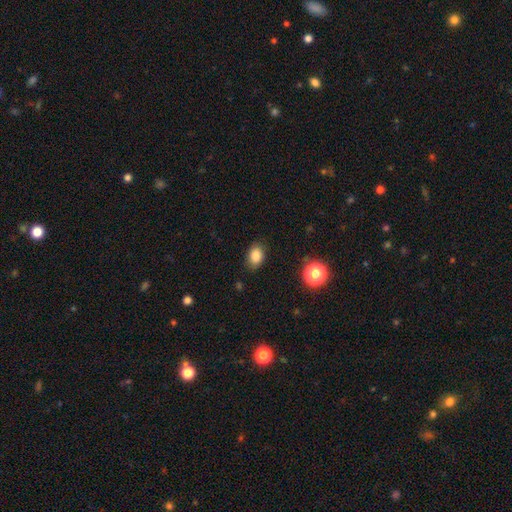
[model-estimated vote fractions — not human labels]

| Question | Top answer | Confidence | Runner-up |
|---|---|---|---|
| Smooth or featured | smooth | 84% | star or artifact (10%) |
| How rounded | in between | 77% | round (22%) |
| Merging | none | 85% | minor disturbance (11%) |